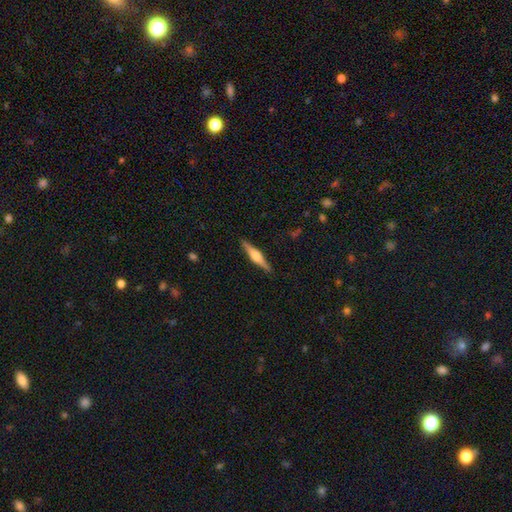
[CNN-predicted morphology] This is likely a featured or disk galaxy (69%). It is clearly viewed edge-on (98%). Edge-on bulge: clearly rounded (89%). Merging: clearly none (90%).